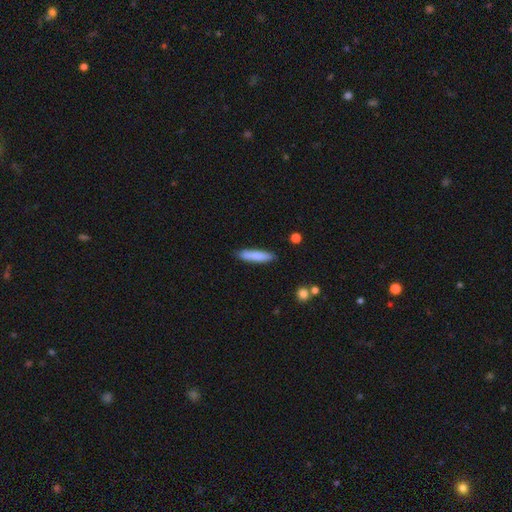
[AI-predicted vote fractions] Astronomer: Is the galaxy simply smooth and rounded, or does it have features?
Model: smooth — 83%.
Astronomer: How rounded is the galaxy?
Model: cigar-shaped — 83%.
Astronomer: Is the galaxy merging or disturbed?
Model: none — 87%.